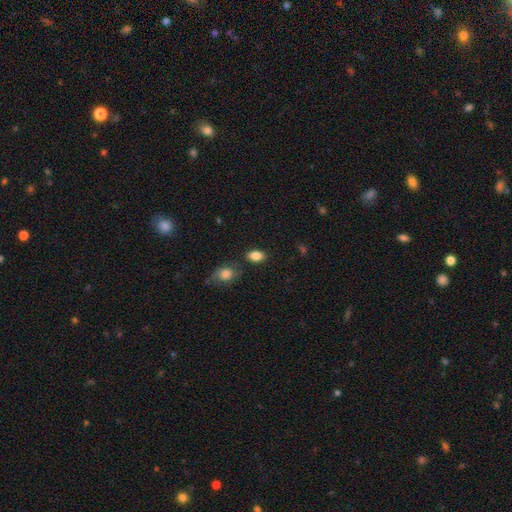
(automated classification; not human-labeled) Morphology: type=smooth (85%); roundness=in between (88%); merging=none (80%).